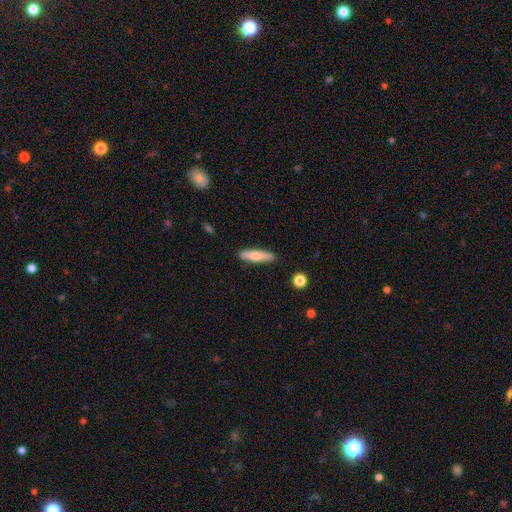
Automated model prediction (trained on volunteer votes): smooth_or_featured: smooth (p=0.65) [alt: featured or disk p=0.29]
how_rounded: cigar-shaped (p=0.78) [alt: in between p=0.20]
merging: none (p=0.88) [alt: minor disturbance p=0.09]